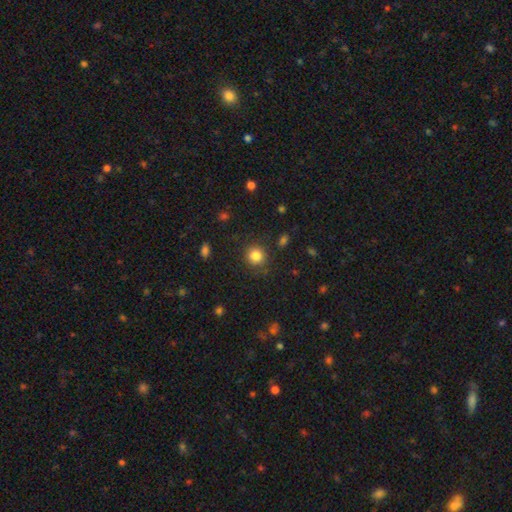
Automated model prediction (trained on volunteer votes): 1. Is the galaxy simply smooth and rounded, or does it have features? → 84% smooth, 11% star or artifact, 5% featured or disk.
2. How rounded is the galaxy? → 90% round, 9% in between, 1% cigar-shaped.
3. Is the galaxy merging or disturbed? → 86% none, 8% minor disturbance, 3% major disturbance, 2% merger.